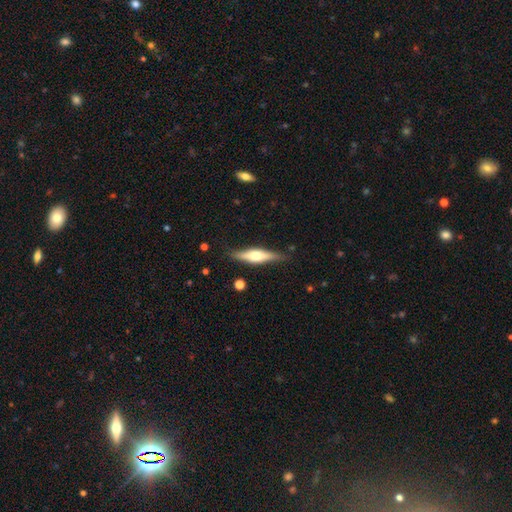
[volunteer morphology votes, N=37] Smooth or featured?
  - featured or disk: 62% *
  - smooth: 35%
  - star or artifact: 3%
Edge-on disk?
  - yes: 91% *
  - no: 9%
Edge-on bulge?
  - rounded: 76% *
  - boxy: 24%
  - none: 0%
Merging?
  - none: 64% *
  - minor disturbance: 31%
  - major disturbance: 3%
  - merger: 3%